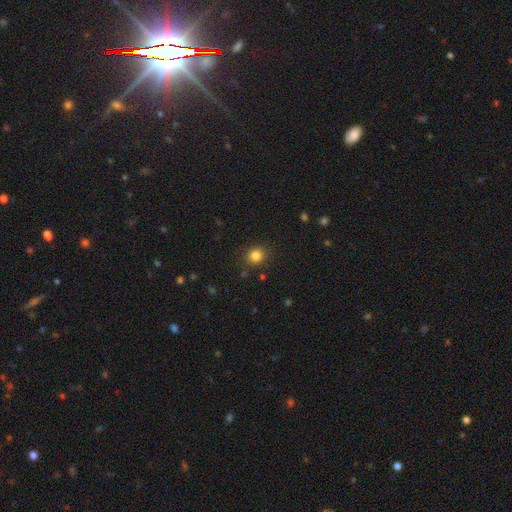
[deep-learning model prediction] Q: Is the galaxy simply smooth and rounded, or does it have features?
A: smooth — 83%.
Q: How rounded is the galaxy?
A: round — 83%.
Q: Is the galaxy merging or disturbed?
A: none — 87%.